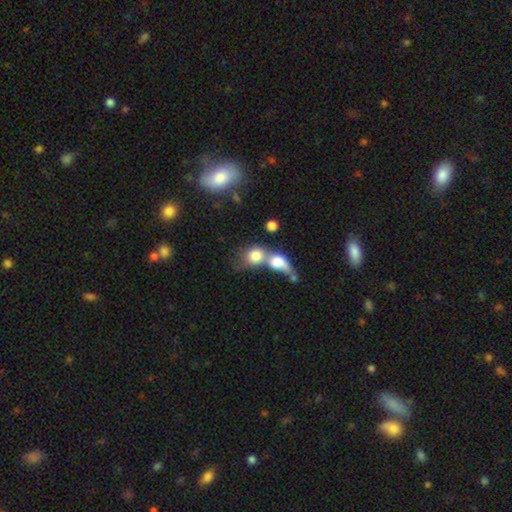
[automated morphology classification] A smooth galaxy with no disk features (76%) that is round (53%). Merging: merger (73%).